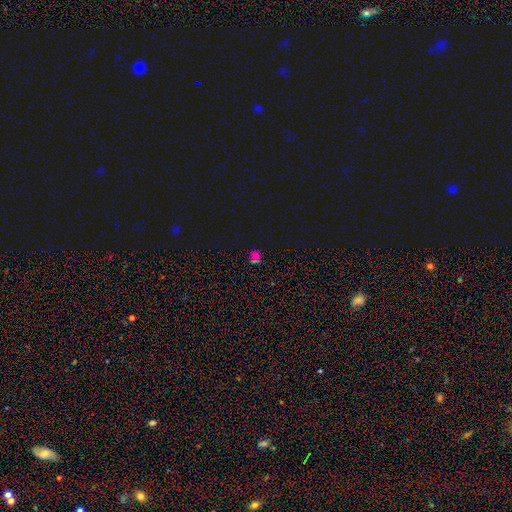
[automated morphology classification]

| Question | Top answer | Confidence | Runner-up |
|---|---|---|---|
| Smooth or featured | star or artifact | 47% | smooth (45%) |